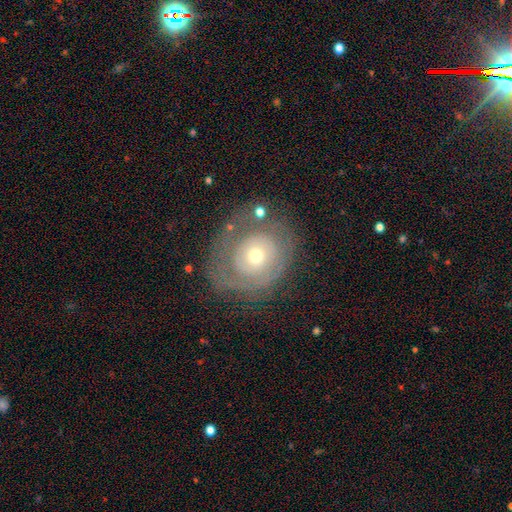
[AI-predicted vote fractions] The model was most divided on "bulge size": moderate: 51%, small: 43%, large: 4%, dominant: 1%, none: 1%. More confident: edge-on disk — no (96%); bar — no (87%); merging — none (67%); smooth or featured — featured or disk (66%); spiral arms — yes (56%).